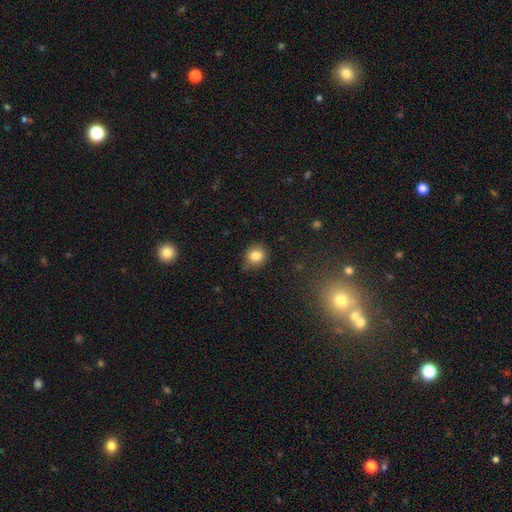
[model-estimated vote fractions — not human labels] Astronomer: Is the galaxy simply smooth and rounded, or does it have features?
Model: smooth — 82%.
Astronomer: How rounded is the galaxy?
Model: round — 85%.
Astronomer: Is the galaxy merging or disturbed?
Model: none — 76%.